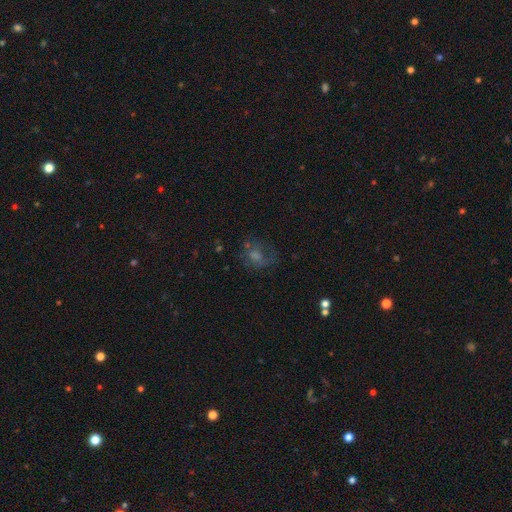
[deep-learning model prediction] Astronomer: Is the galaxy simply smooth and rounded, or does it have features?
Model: smooth — 38% (runner-up: featured or disk, 35%).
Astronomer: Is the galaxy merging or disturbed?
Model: none — 54%.